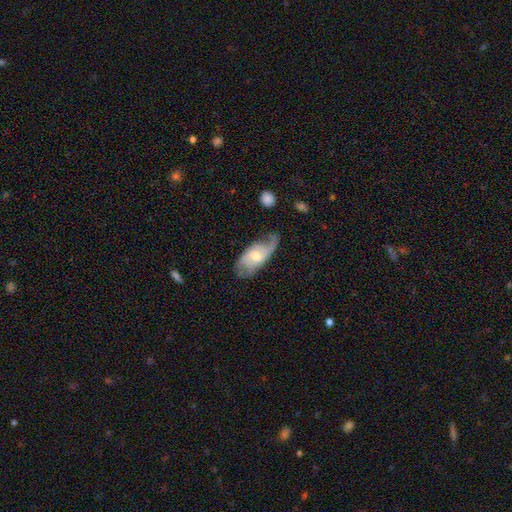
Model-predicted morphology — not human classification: type=featured or disk (66%); edge-on=no (91%); bar=no (57%); spiral arms=yes (87%); winding=medium (40%); arm count=2 (63%); bulge=moderate (52%); merging=none (53%).